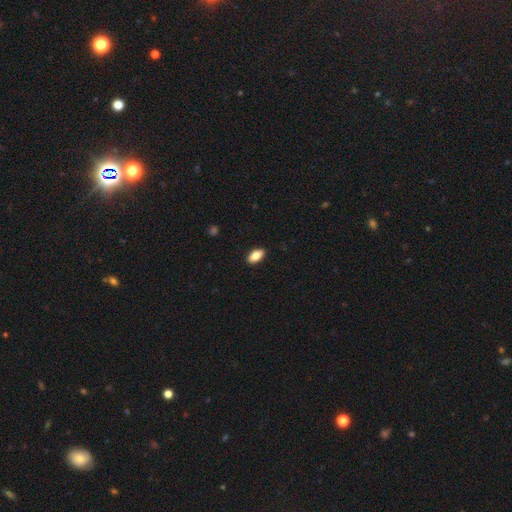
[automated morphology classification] smooth 82%, featured or disk 11%, star or artifact 7%. Down the decision tree: how rounded — in between (91%); merging — none (90%).